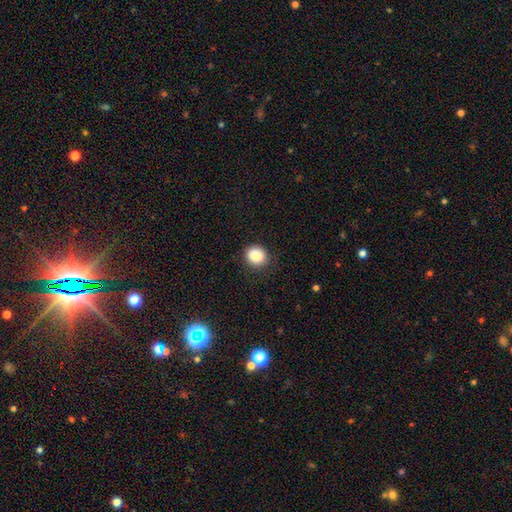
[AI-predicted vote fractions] A smooth galaxy with no disk features (87%) that is round (75%).

Vote fractions:
- Smooth or featured? smooth: 87% / star or artifact: 9% / featured or disk: 4%
- How rounded? round: 75% / in between: 24% / cigar-shaped: 1%
- Merging? none: 87% / minor disturbance: 10% / major disturbance: 3% / merger: 1%